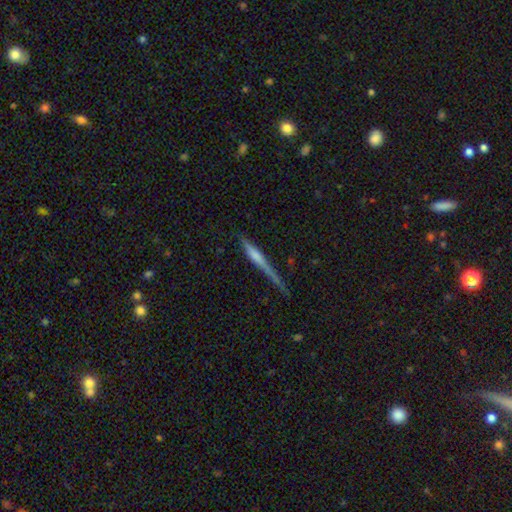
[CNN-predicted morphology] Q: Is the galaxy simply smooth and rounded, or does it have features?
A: featured or disk — 53%.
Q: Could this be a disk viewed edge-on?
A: yes — 96%.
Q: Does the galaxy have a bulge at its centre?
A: rounded — 42%.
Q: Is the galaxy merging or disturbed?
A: none — 68%.